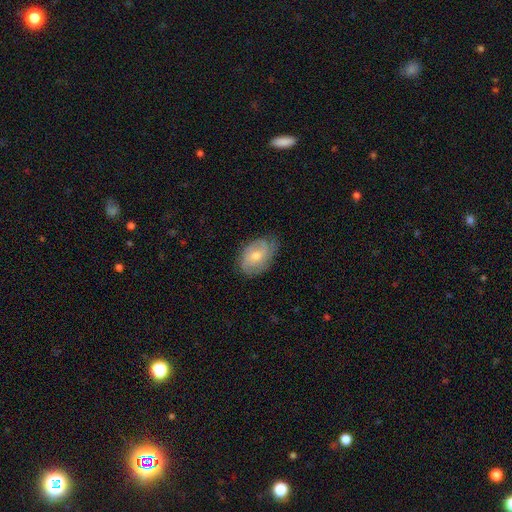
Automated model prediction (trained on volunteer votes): A featured or disk galaxy (57%) with no bar (61%), spiral arms (82%) and a moderate central bulge (60%). Merging: none (73%).